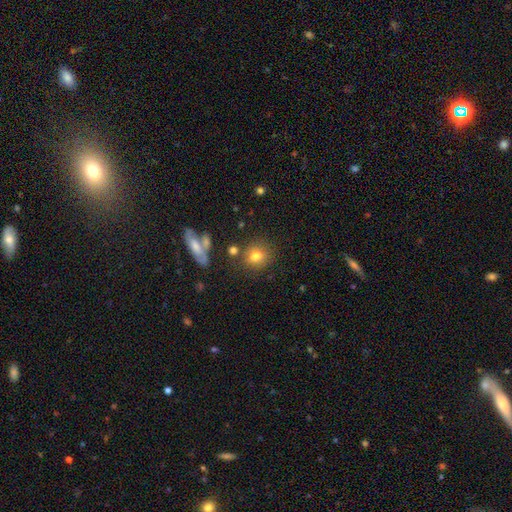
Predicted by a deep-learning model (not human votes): This is likely a smooth galaxy (76%). How rounded: likely round (76%). Merging: likely none (76%).